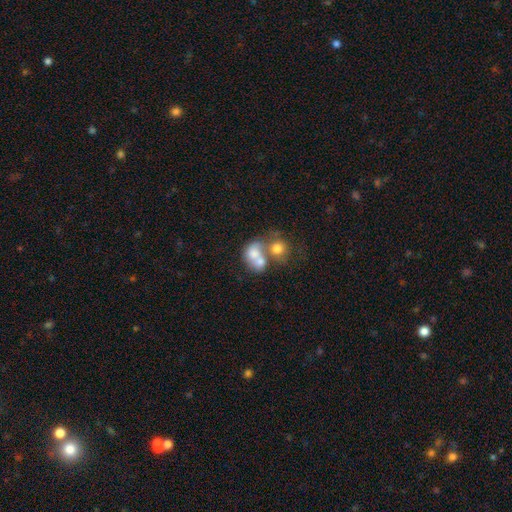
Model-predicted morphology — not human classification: Smooth or featured: smooth — 64% (featured or disk — 26%)
How rounded: round — 52% (in between — 47%)
Merging: merger — 66% (none — 19%)